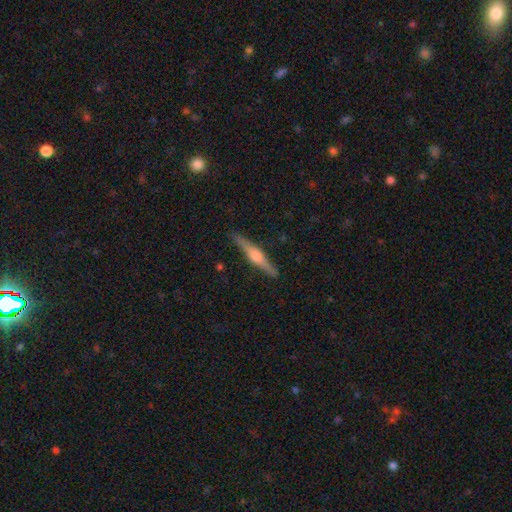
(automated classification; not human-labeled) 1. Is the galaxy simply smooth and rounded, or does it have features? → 73% featured or disk, 21% smooth, 6% star or artifact.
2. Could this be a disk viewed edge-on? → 98% yes, 2% no.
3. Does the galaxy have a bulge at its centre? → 86% rounded, 10% boxy, 4% none.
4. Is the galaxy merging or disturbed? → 91% none, 7% minor disturbance, 2% major disturbance, 1% merger.